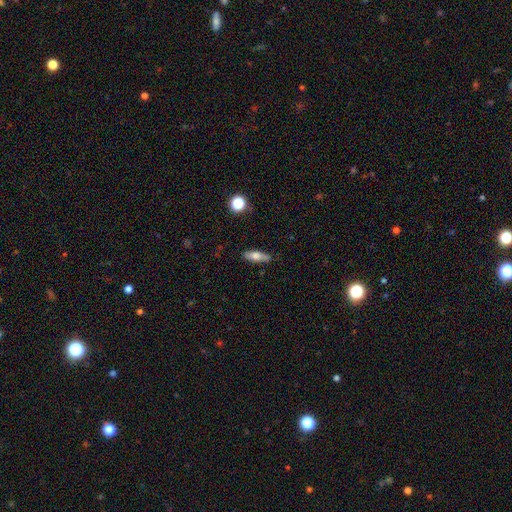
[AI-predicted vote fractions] This is likely a smooth galaxy (69%). How rounded: possibly in between (53%). Merging: clearly none (82%).